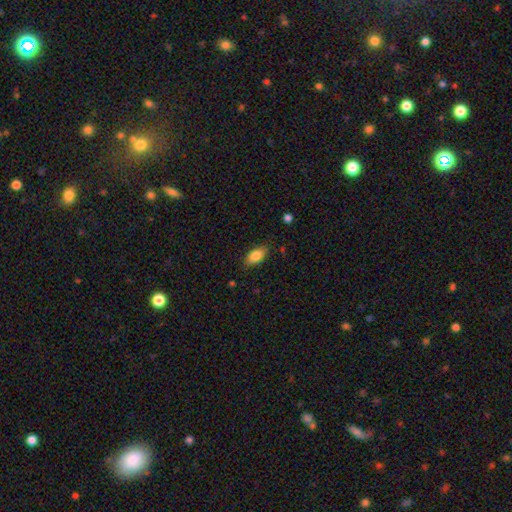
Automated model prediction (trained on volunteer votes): Smooth or featured? Predicted: smooth (p=0.84). How rounded? Predicted: in between (p=0.87). Merging? Predicted: none (p=0.82).